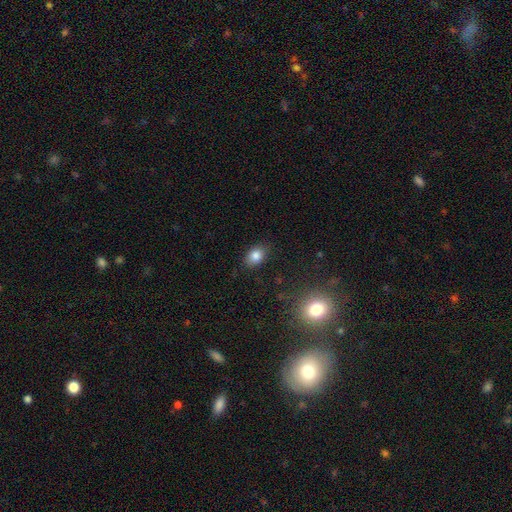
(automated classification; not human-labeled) Smooth or featured: smooth — 82% (star or artifact — 11%)
How rounded: in between — 74% (round — 25%)
Merging: none — 84% (minor disturbance — 12%)